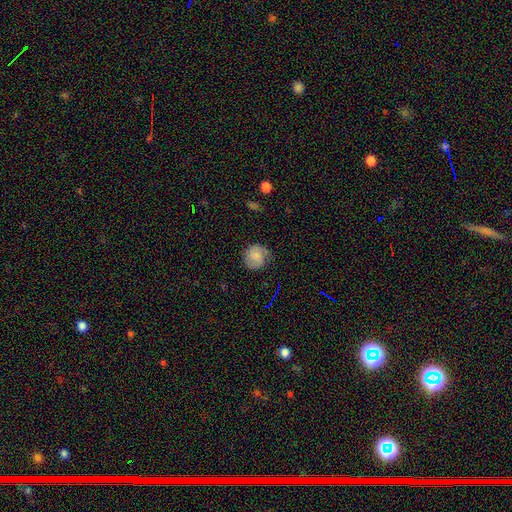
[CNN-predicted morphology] Smooth or featured? Predicted: smooth (p=0.57). How rounded? Predicted: round (p=0.87). Merging? Predicted: none (p=0.69).